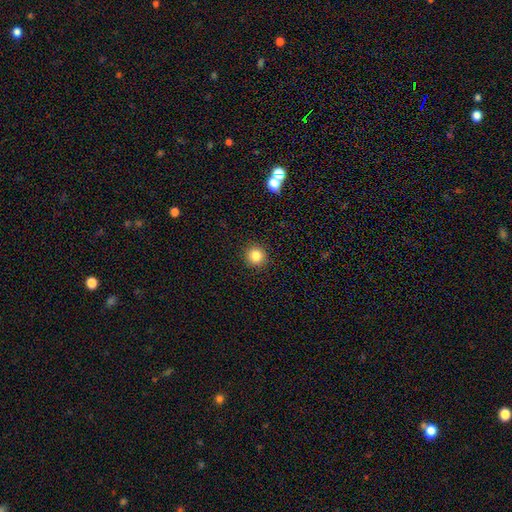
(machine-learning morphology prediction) Smooth or featured: smooth — 83% (star or artifact — 12%)
How rounded: round — 94% (in between — 5%)
Merging: none — 92% (minor disturbance — 5%)